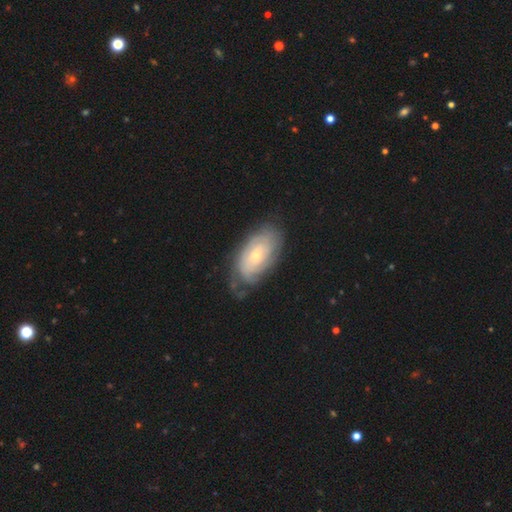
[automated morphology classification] A featured or disk galaxy (70%) with no bar (75%), tight (73%) spiral arms (86%) and a small central bulge (56%). Merging: none (64%).